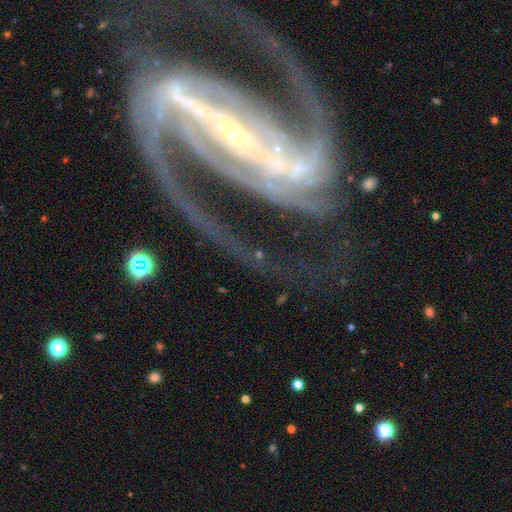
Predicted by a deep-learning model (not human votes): Morphology: type=featured or disk (89%); edge-on=no (96%); bar=strong (70%); spiral arms=yes (96%); winding=medium (49%); arm count=2 (56%); bulge=small (85%); merging=none (46%).